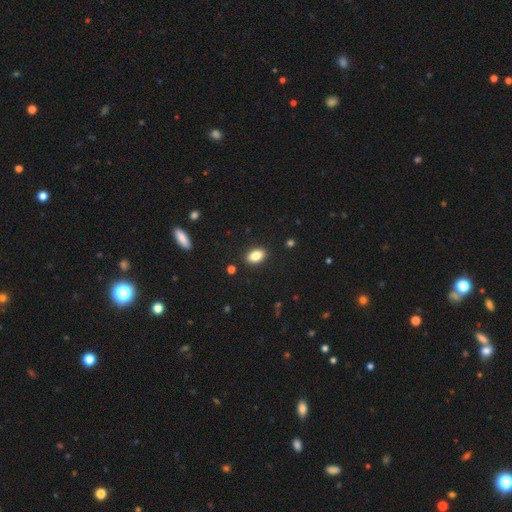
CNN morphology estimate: Overall: smooth (85%). How rounded: in between (90%). Merging: none (89%).